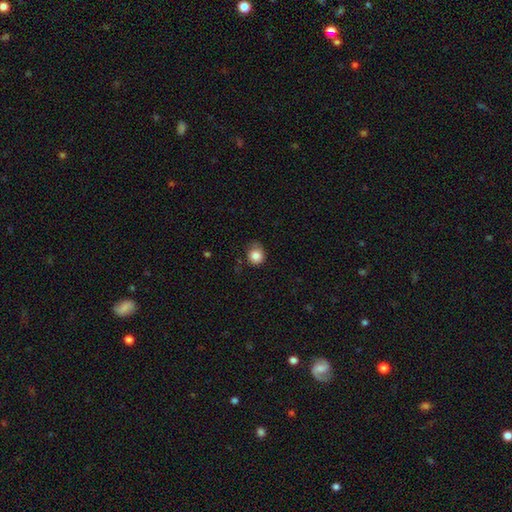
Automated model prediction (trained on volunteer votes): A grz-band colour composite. It shows a smooth galaxy with no disk features (84%) that is round (76%). Merging: none (61%).